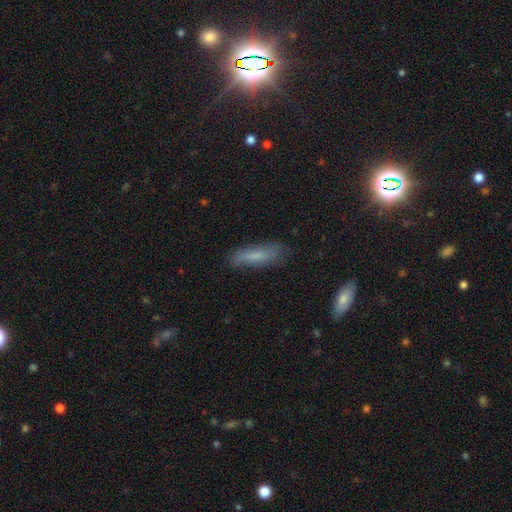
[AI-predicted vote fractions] Smooth or featured?
  - smooth: 73% *
  - featured or disk: 19%
  - star or artifact: 8%
How rounded?
  - cigar-shaped: 69% *
  - in between: 29%
  - round: 2%
Merging?
  - none: 79% *
  - minor disturbance: 16%
  - major disturbance: 4%
  - merger: 2%